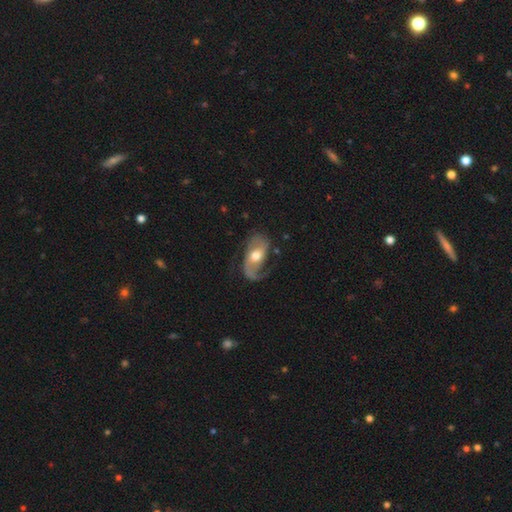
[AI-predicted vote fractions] Smooth or featured? Predicted: featured or disk (p=0.78). Edge-on disk? Predicted: no (p=0.95). Bar? Predicted: no (p=0.49). Spiral arms? Predicted: yes (p=0.91). Spiral winding? Predicted: loose (p=0.47). Spiral arm count? Predicted: 2 (p=0.64). Bulge size? Predicted: moderate (p=0.73). Merging? Predicted: none (p=0.53).